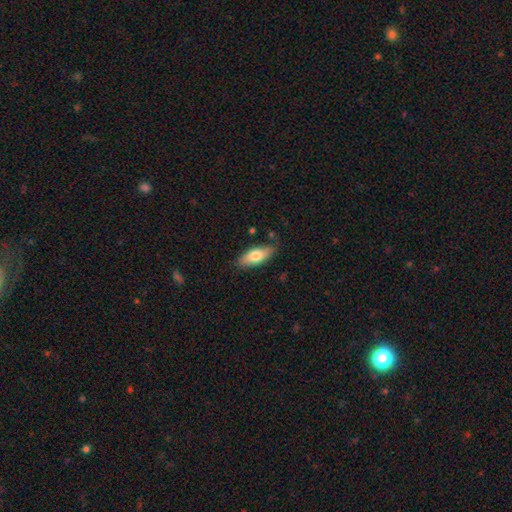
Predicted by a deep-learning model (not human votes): A smooth galaxy with no disk features (75%) that is in between round and cigar-shaped (77%).

Vote fractions:
- Smooth or featured? smooth: 75% / featured or disk: 19% / star or artifact: 6%
- How rounded? in between: 77% / cigar-shaped: 20% / round: 2%
- Merging? none: 81% / minor disturbance: 15% / major disturbance: 3% / merger: 2%